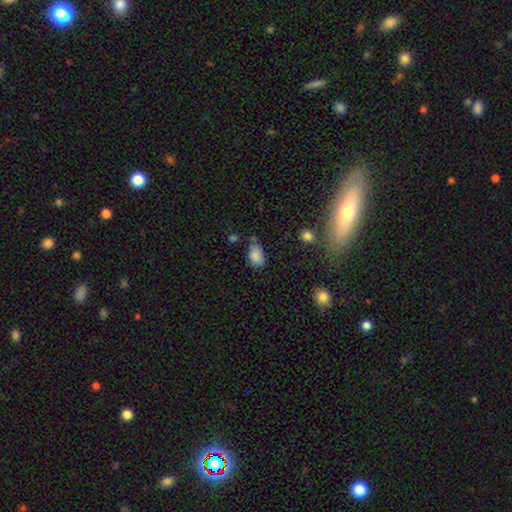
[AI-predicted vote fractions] The model was most divided on "merging": none: 57%, minor disturbance: 30%, merger: 7%, major disturbance: 7%. More confident: how rounded — in between (91%); smooth or featured — smooth (85%).